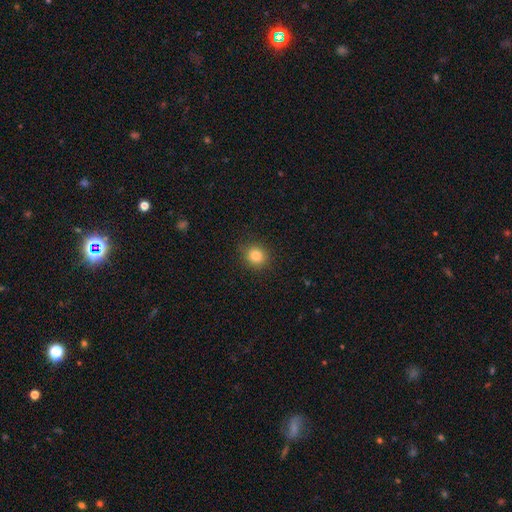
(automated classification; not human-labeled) smooth-or-featured: smooth: 83% | star or artifact: 11% | featured or disk: 6%
  how-rounded: round: 83% | in between: 16% | cigar-shaped: 1%
  merging: none: 88% | minor disturbance: 9% | major disturbance: 2% | merger: 1%